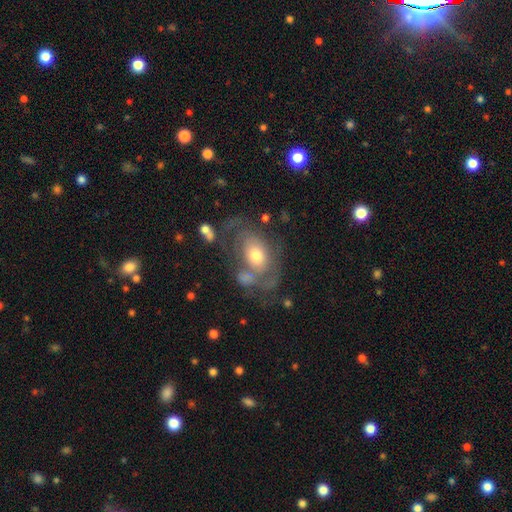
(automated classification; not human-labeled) Smooth or featured?
  - featured or disk: 61% *
  - smooth: 31%
  - star or artifact: 8%
Edge-on disk?
  - no: 95% *
  - yes: 5%
Bar?
  - no: 81% *
  - weak: 15%
  - strong: 4%
Spiral arms?
  - yes: 64% *
  - no: 36%
Bulge size?
  - moderate: 67% *
  - small: 18%
  - large: 12%
  - dominant: 2%
  - none: 1%
Merging?
  - none: 42% *
  - major disturbance: 26%
  - minor disturbance: 21%
  - merger: 11%